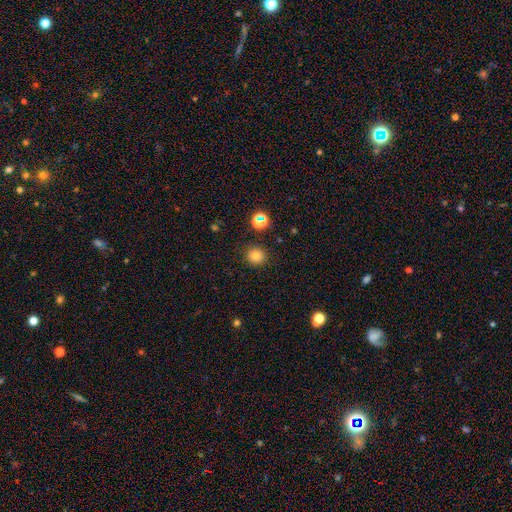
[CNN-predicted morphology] smooth_or_featured: smooth (p=0.78) [alt: star or artifact p=0.16]
how_rounded: round (p=0.91) [alt: in between p=0.09]
merging: none (p=0.89) [alt: minor disturbance p=0.06]